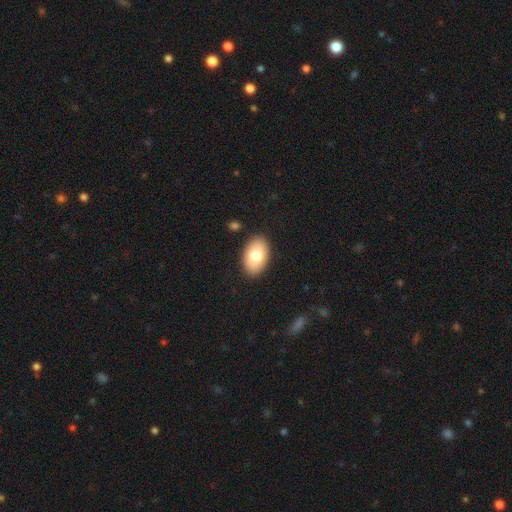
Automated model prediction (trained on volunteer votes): A smooth galaxy with no disk features (79%) that is in between round and cigar-shaped (93%).

Vote fractions:
- Smooth or featured? smooth: 79% / featured or disk: 15% / star or artifact: 6%
- How rounded? in between: 93% / round: 6% / cigar-shaped: 1%
- Merging? none: 88% / minor disturbance: 8% / major disturbance: 2% / merger: 2%